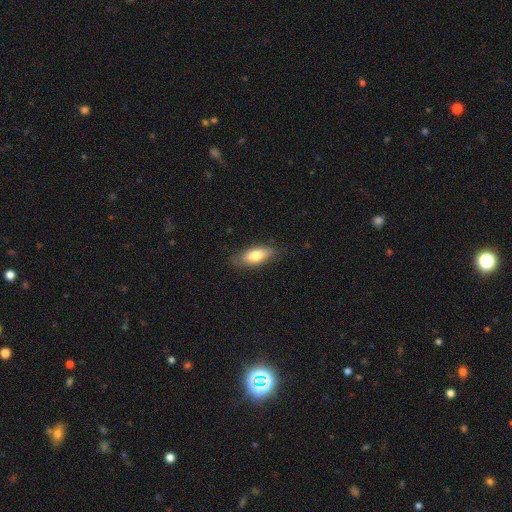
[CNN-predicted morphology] This appears to be a smooth galaxy with no disk features (74%) that is in between round and cigar-shaped (77%). Merging: none (81%).